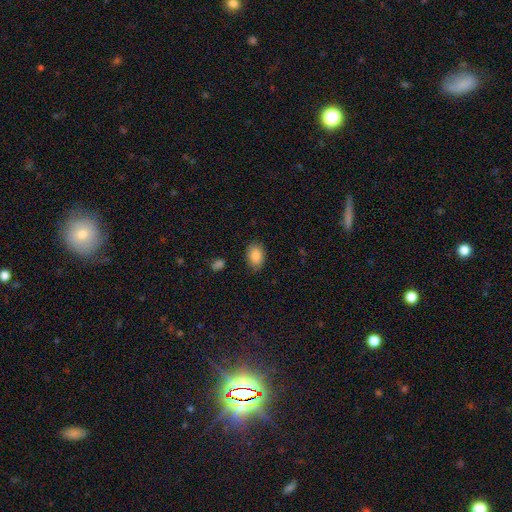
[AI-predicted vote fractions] smooth 87%, star or artifact 7%, featured or disk 5%. Down the decision tree: how rounded — in between (84%); merging — none (84%).